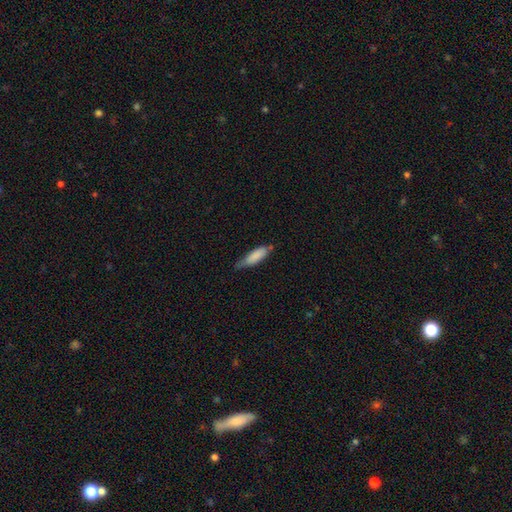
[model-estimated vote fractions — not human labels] A smooth galaxy with no disk features (83%) that is cigar-shaped (54%).

Vote fractions:
- Smooth or featured? smooth: 83% / featured or disk: 11% / star or artifact: 6%
- How rounded? cigar-shaped: 54% / in between: 44% / round: 2%
- Merging? none: 45% / minor disturbance: 42% / major disturbance: 9% / merger: 4%